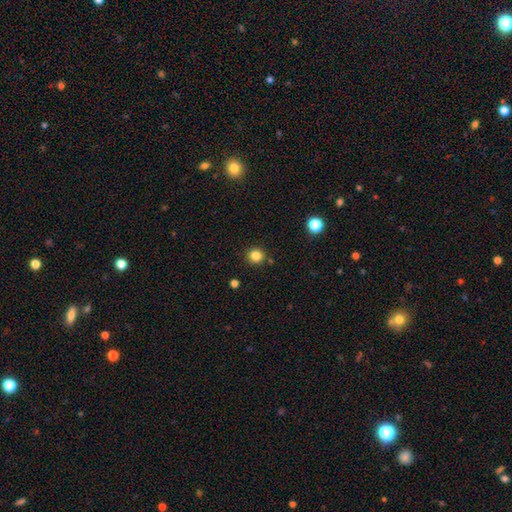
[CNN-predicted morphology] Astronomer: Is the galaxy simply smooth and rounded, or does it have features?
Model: smooth — 82%.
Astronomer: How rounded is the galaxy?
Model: round — 93%.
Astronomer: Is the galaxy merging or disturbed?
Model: none — 89%.